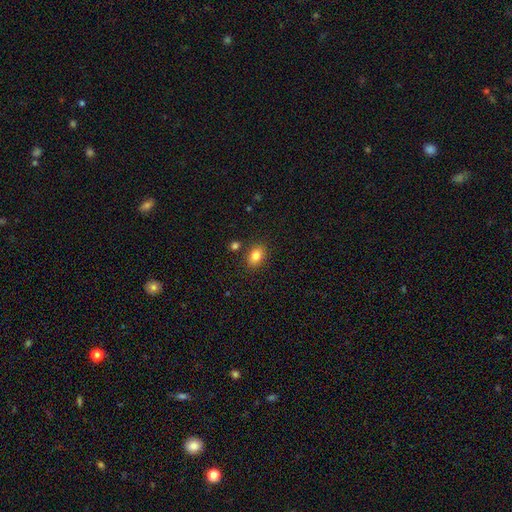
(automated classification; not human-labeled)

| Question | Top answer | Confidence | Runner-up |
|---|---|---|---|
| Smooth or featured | smooth | 83% | star or artifact (9%) |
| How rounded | in between | 79% | round (20%) |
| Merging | none | 83% | minor disturbance (10%) |